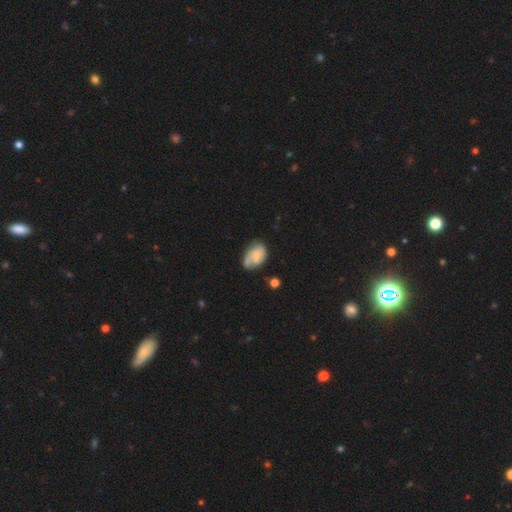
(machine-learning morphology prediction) Smooth or featured? Predicted: featured or disk (p=0.53). Edge-on disk? Predicted: no (p=0.97). Bar? Predicted: no (p=0.60). Spiral arms? Predicted: yes (p=0.82). Bulge size? Predicted: small (p=0.40). Merging? Predicted: none (p=0.49).